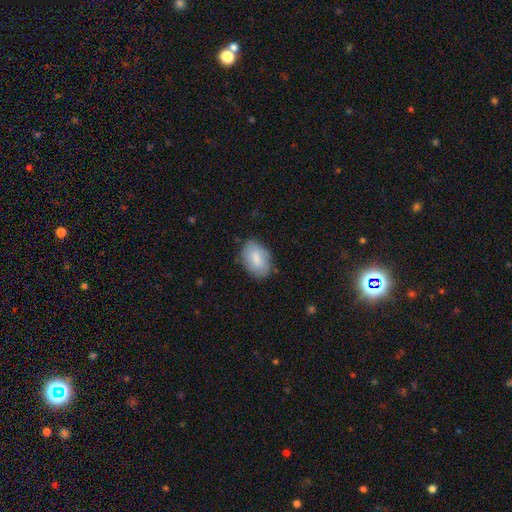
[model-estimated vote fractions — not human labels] smooth-or-featured: smooth: 78% | featured or disk: 15% | star or artifact: 6%
  how-rounded: in between: 91% | round: 8% | cigar-shaped: 1%
  merging: none: 77% | minor disturbance: 18% | major disturbance: 4% | merger: 1%